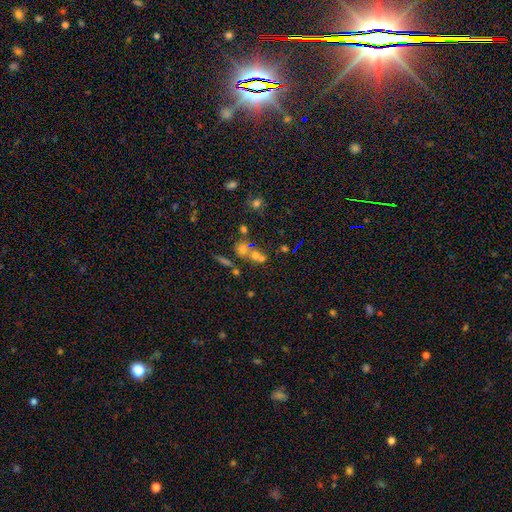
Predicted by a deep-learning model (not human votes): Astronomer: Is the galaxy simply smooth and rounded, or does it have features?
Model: smooth — 48% (runner-up: star or artifact, 29%).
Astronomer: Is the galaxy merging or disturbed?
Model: merger — 48% (runner-up: none, 39%).